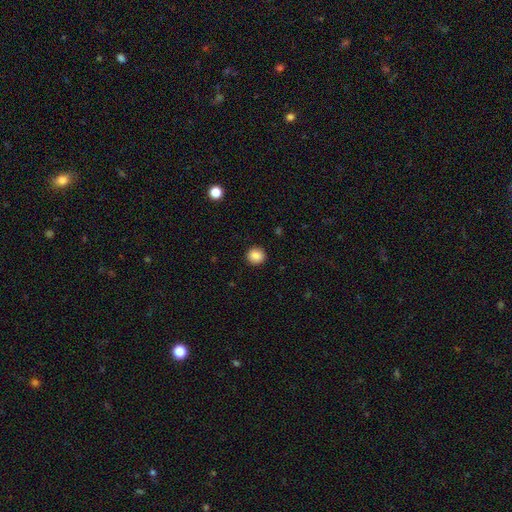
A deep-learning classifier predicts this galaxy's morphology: smooth-or-featured: smooth: 88% | star or artifact: 9% | featured or disk: 3%
  how-rounded: round: 88% | in between: 11% | cigar-shaped: 1%
  merging: none: 92% | minor disturbance: 5% | major disturbance: 2% | merger: 1%